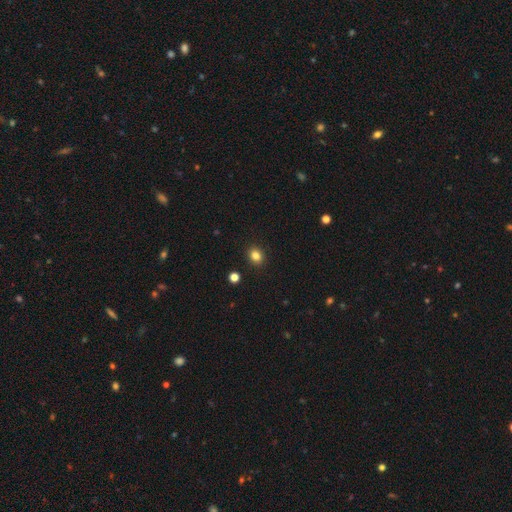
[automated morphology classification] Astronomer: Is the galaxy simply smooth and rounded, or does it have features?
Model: smooth — 83%.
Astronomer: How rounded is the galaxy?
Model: round — 59% (runner-up: in between, 40%).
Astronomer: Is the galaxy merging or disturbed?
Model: none — 90%.